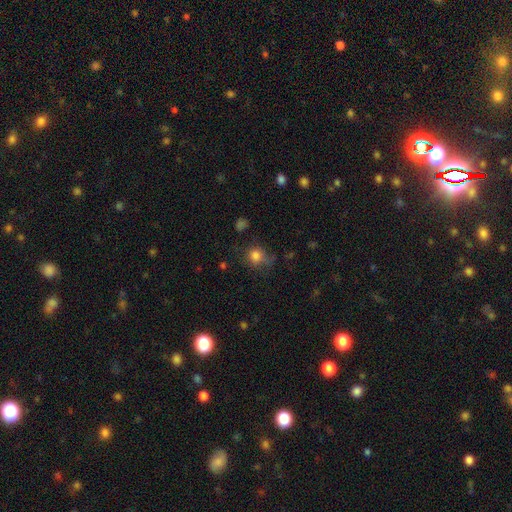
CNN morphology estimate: Smooth or featured? Predicted: smooth (p=0.79). How rounded? Predicted: round (p=0.79). Merging? Predicted: none (p=0.60).